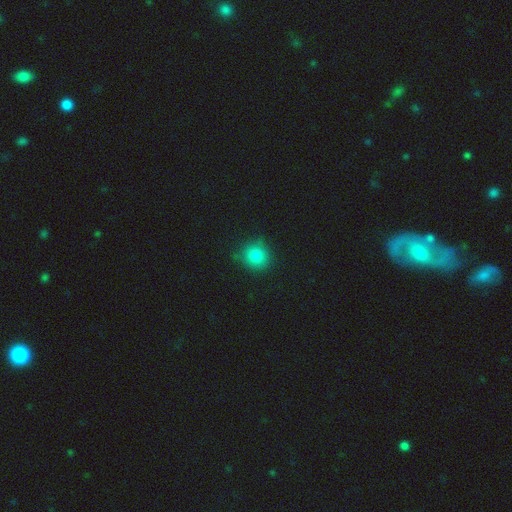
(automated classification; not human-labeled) Morphology: type=smooth (83%); roundness=round (87%); merging=none (79%).